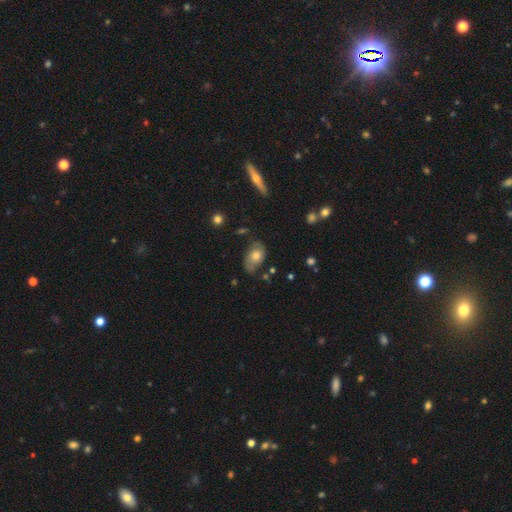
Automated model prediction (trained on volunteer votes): A smooth galaxy with no disk features (53%) that is in between round and cigar-shaped (83%). Merging: none (54%).